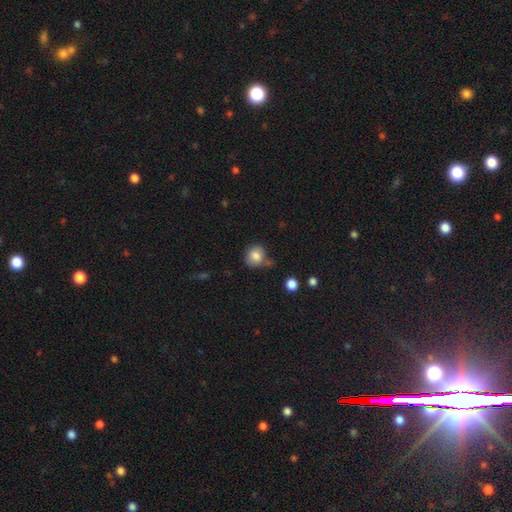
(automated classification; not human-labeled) This is clearly a smooth galaxy (82%). How rounded: likely round (75%). Merging: possibly none (57%).